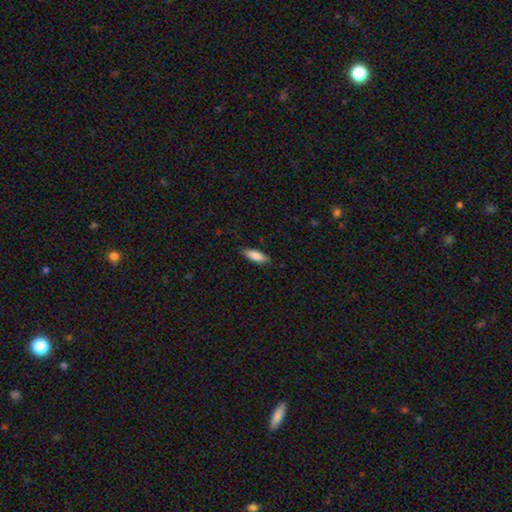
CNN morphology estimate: This is clearly a smooth galaxy (84%). How rounded: possibly in between (55%). Merging: clearly none (87%).